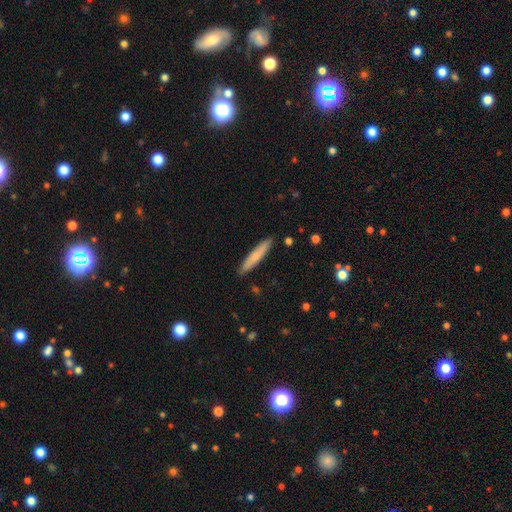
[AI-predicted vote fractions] This is likely a smooth galaxy (70%). How rounded: clearly cigar-shaped (93%). Merging: clearly none (90%).